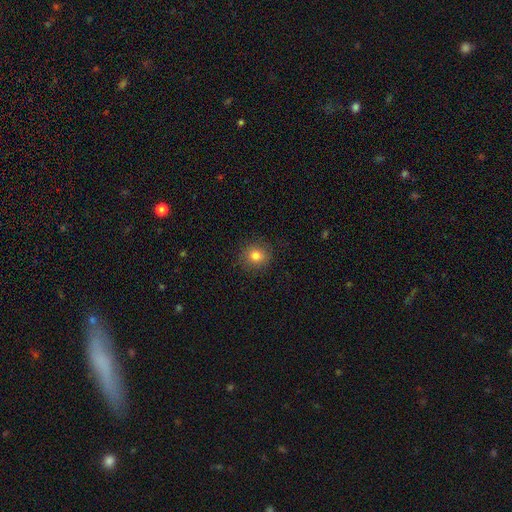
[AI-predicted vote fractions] smooth 81%, star or artifact 12%, featured or disk 8%. Down the decision tree: how rounded — round (87%); merging — none (89%).